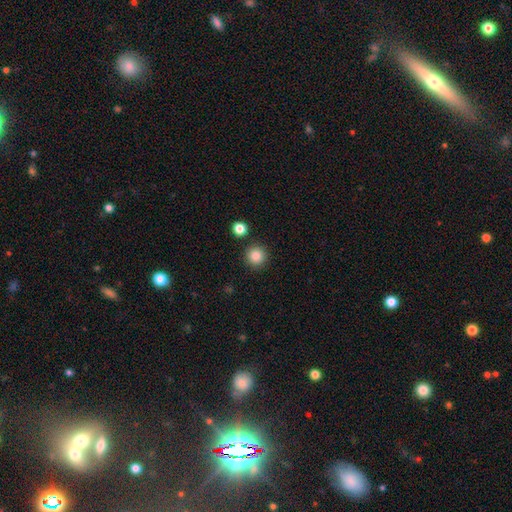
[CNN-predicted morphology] The model was most divided on "smooth or featured": smooth: 86%, star or artifact: 10%, featured or disk: 4%. More confident: how rounded — round (95%); merging — none (89%).